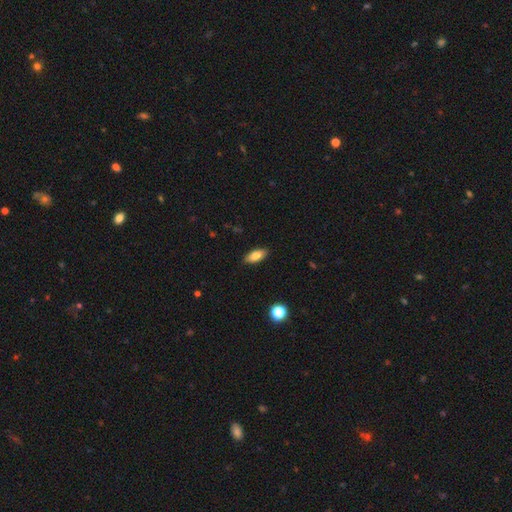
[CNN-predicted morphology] smooth 81%, featured or disk 11%, star or artifact 8%. Down the decision tree: how rounded — in between (85%); merging — none (88%).